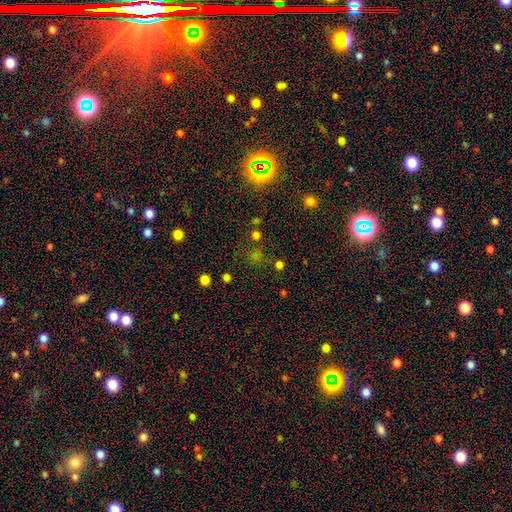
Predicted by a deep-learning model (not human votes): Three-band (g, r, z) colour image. It shows a star or artifact, not a galaxy (61%).